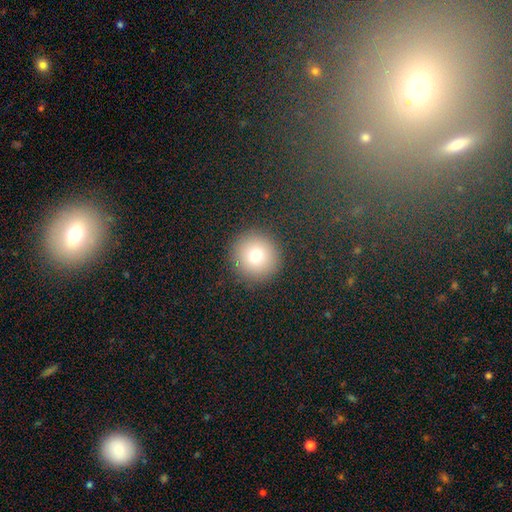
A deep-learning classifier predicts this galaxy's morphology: Q: Smooth or featured?
A: smooth (74%); runner-up: star or artifact (14%)
Q: How rounded?
A: round (95%); runner-up: in between (4%)
Q: Merging?
A: none (90%); runner-up: minor disturbance (6%)